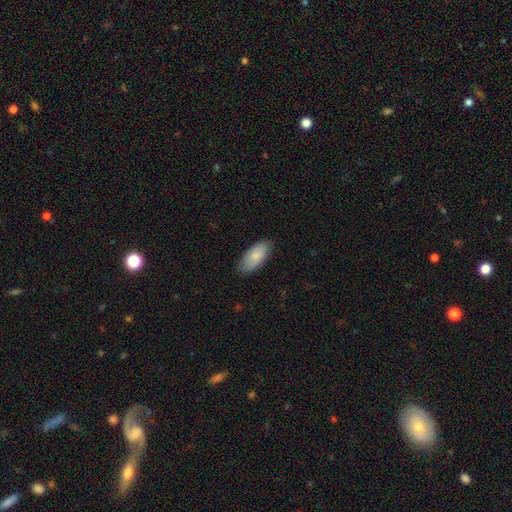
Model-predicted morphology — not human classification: This appears to be a smooth galaxy with no disk features (84%) that is in between round and cigar-shaped (90%). Merging: none (82%).